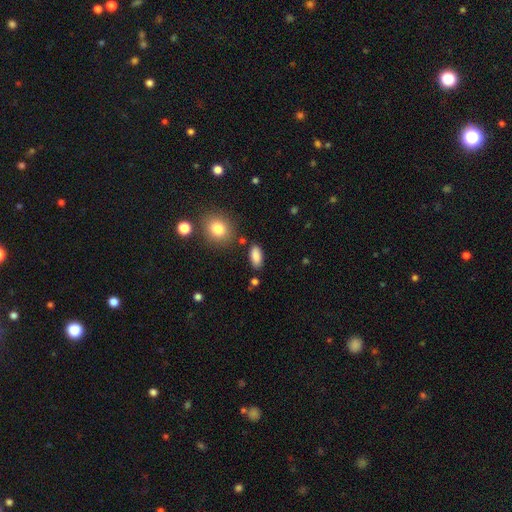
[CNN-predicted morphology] Q: Smooth or featured?
A: smooth (87%); runner-up: star or artifact (8%)
Q: How rounded?
A: in between (90%); runner-up: cigar-shaped (6%)
Q: Merging?
A: none (84%); runner-up: minor disturbance (10%)